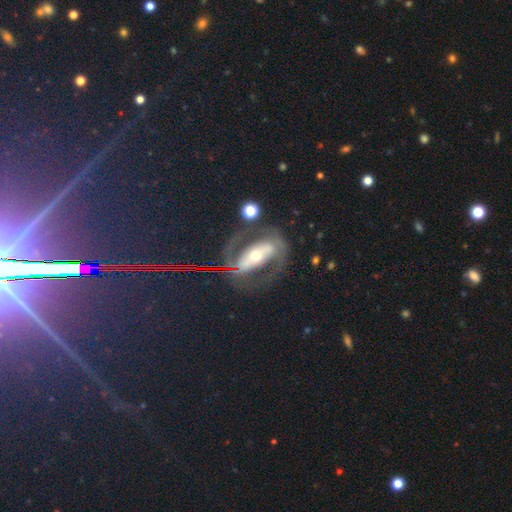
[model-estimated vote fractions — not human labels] featured or disk 79%, smooth 13%, star or artifact 8%. Down the decision tree: edge-on disk — no (92%); bar — strong (55%); spiral arms — yes (73%); spiral arm count — 2 (86%); spiral winding — medium (48%); bulge size — moderate (62%); merging — none (66%).